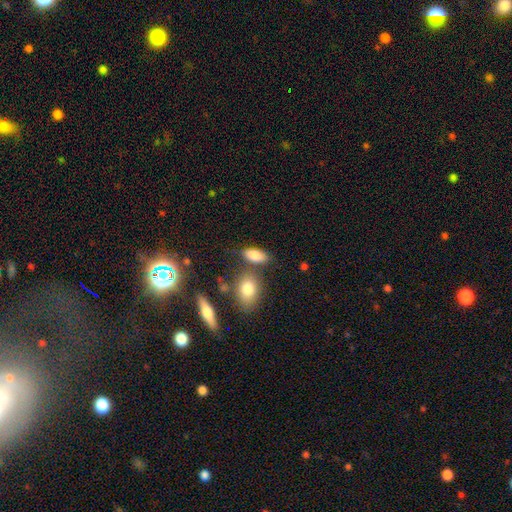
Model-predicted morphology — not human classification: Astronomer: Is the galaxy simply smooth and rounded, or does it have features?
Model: smooth — 83%.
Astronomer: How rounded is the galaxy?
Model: in between — 88%.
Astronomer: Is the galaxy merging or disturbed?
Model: none — 69%.